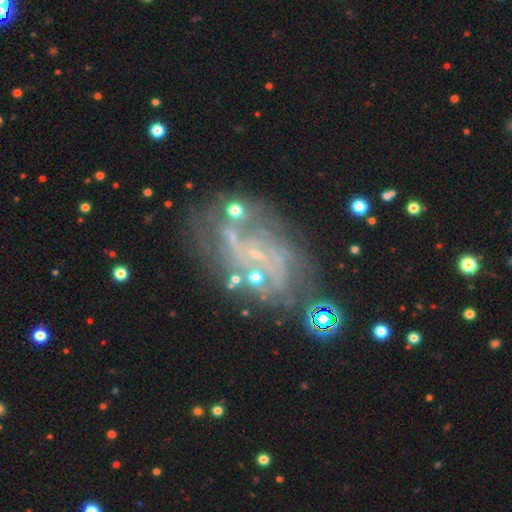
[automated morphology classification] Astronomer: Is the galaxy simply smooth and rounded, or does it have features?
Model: featured or disk — 66%.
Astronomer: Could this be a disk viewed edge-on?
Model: no — 96%.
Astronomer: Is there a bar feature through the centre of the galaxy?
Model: no — 72%.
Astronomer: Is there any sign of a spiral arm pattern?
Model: yes — 50%, tied with no at 50%.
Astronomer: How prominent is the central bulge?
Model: small — 54% (runner-up: none, 38%).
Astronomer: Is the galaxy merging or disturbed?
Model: none — 53%.